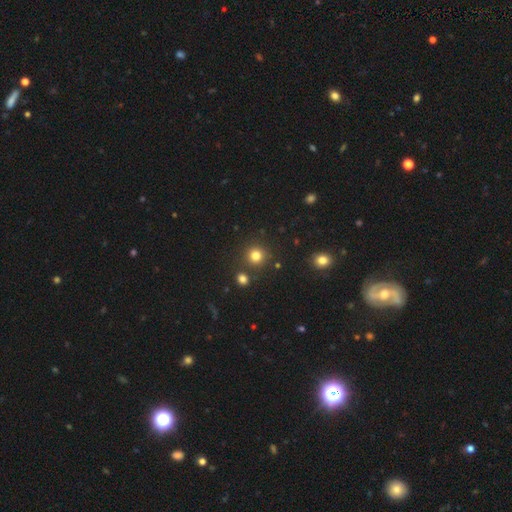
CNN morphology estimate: A smooth galaxy with no disk features (80%) that is round (93%). Merging: none (84%).